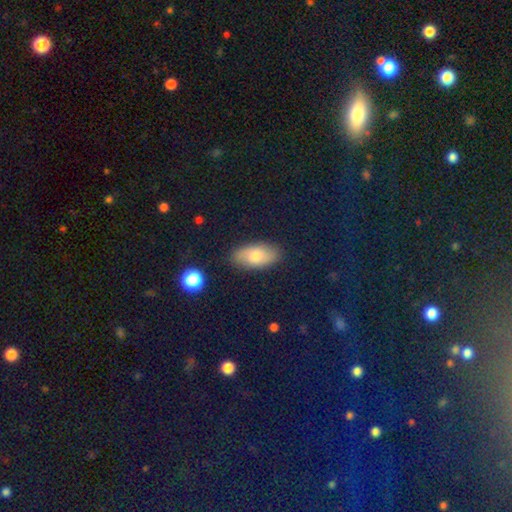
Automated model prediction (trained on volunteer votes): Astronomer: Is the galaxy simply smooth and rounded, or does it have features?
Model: smooth — 69%.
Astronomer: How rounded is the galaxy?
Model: in between — 88%.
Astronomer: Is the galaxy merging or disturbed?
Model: none — 87%.